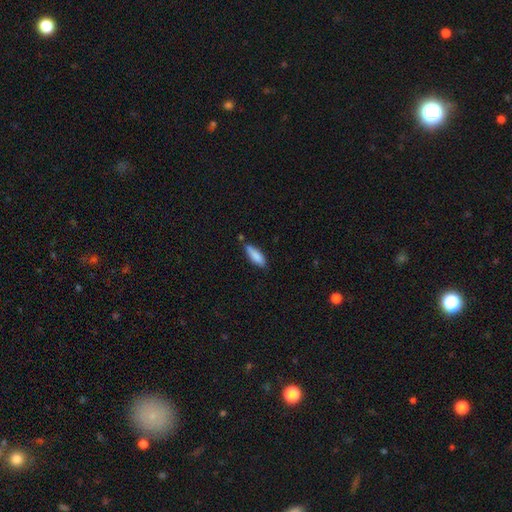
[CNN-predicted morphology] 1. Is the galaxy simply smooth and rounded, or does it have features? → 84% smooth, 9% featured or disk, 6% star or artifact.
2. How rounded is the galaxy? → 56% in between, 42% cigar-shaped, 2% round.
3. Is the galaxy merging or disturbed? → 67% none, 23% minor disturbance, 6% merger, 4% major disturbance.